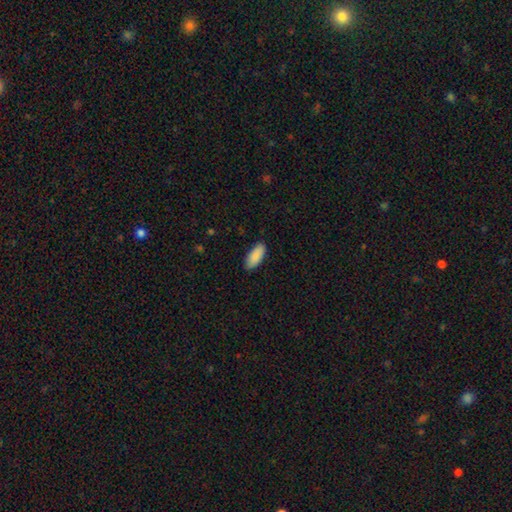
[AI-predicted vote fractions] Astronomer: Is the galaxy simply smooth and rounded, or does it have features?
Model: smooth — 89%.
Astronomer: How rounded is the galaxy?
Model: in between — 84%.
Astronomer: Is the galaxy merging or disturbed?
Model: none — 88%.